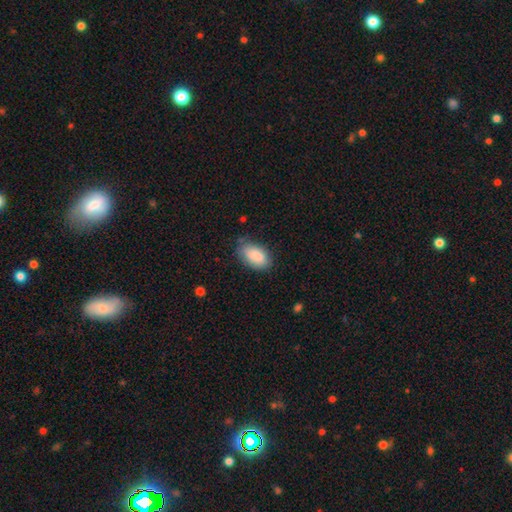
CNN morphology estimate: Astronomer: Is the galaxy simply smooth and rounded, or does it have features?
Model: smooth — 88%.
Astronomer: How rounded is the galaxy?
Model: in between — 94%.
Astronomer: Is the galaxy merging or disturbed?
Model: none — 74%.